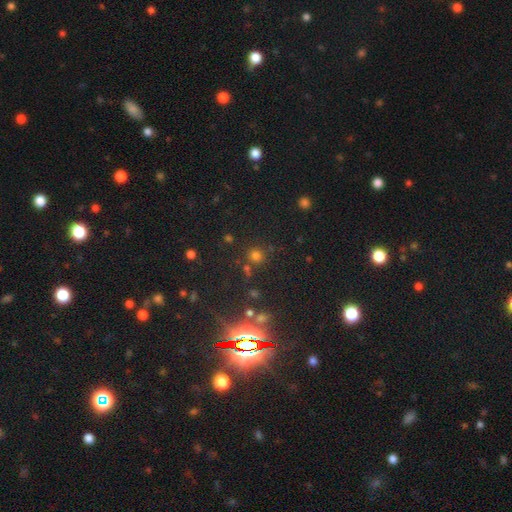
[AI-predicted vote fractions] Morphology: type=smooth (65%); roundness=round (90%); merging=none (77%).